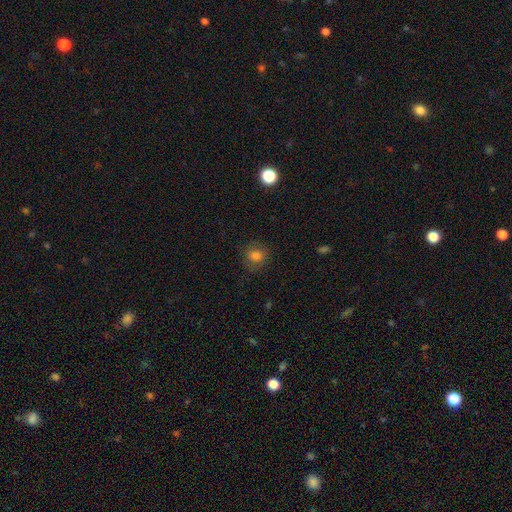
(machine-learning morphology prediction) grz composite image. It shows a smooth galaxy with no disk features (78%) that is round (80%). Merging: none (80%).